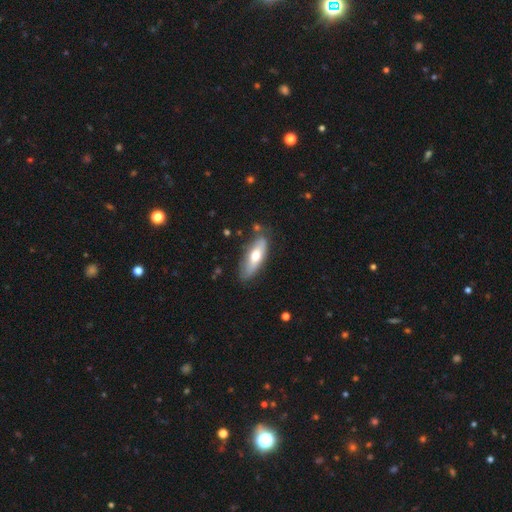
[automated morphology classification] This is possibly a smooth galaxy (58%). How rounded: possibly in between (57%). Merging: likely none (77%).